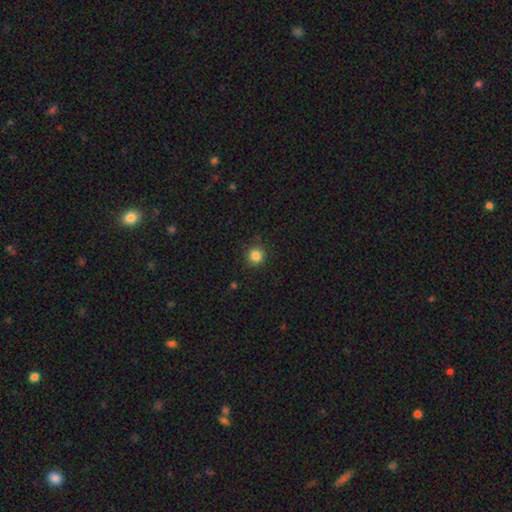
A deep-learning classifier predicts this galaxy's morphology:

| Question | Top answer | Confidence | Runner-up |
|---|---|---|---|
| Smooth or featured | smooth | 84% | star or artifact (12%) |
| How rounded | round | 95% | in between (4%) |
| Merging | none | 90% | minor disturbance (7%) |